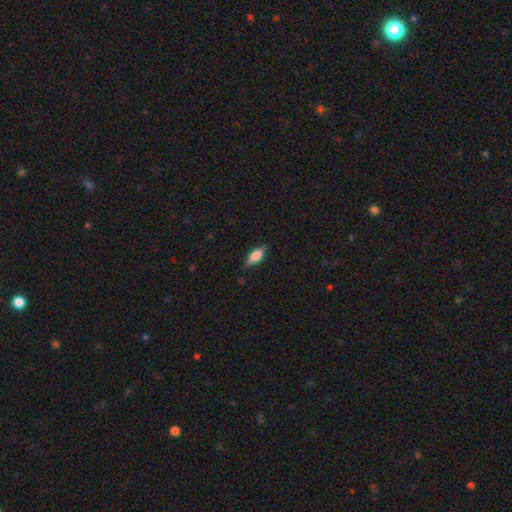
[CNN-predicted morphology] Smooth or featured? smooth (67%)
How rounded? in between (68%)
Merging? none (80%)